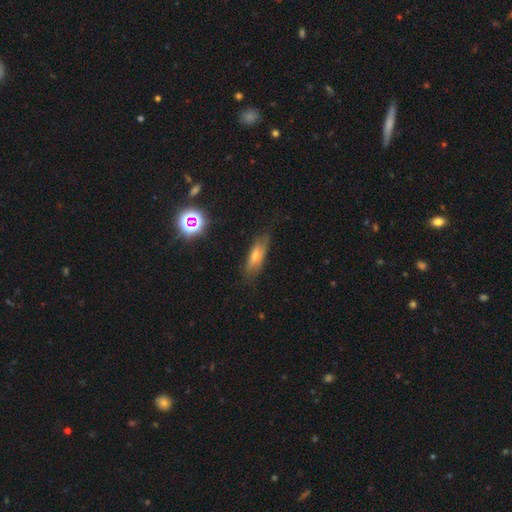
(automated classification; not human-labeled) This appears to be a smooth galaxy with no disk features (48%). Merging: none (73%).